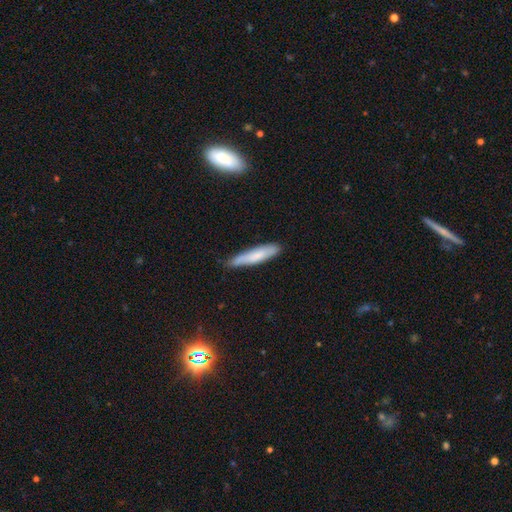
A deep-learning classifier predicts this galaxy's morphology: Overall: smooth (73%). How rounded: cigar-shaped (85%). Merging: none (73%).